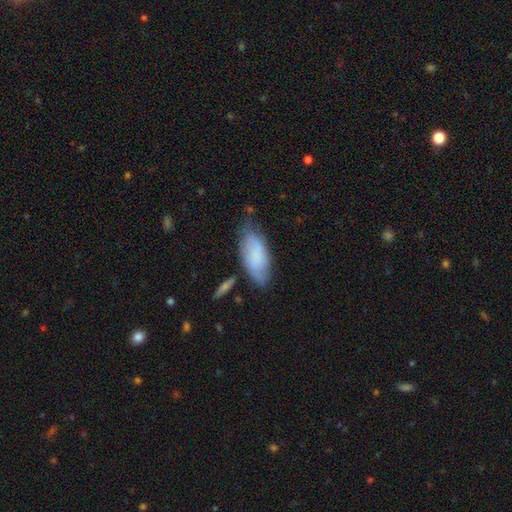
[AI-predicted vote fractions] Smooth or featured? smooth (69%)
How rounded? in between (87%)
Merging? none (58%)